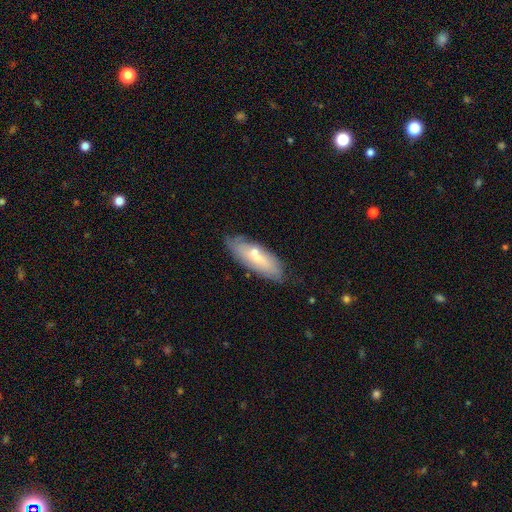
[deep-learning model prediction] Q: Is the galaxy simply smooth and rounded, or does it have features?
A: smooth — 56%.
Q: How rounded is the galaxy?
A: in between — 57%.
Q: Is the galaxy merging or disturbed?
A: none — 74%.